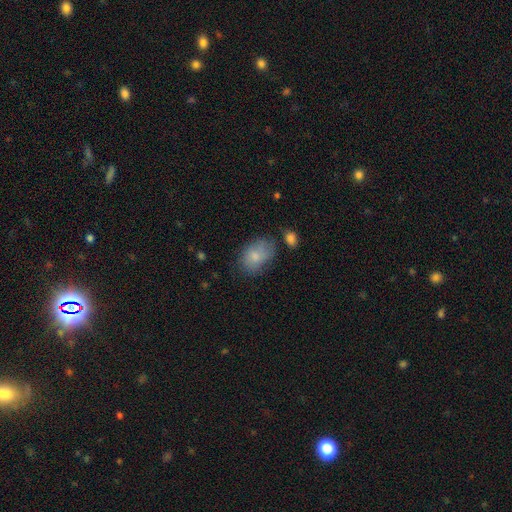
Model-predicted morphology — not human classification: A smooth galaxy with no disk features (79%) that is in between round and cigar-shaped (83%). Merging: none (60%).